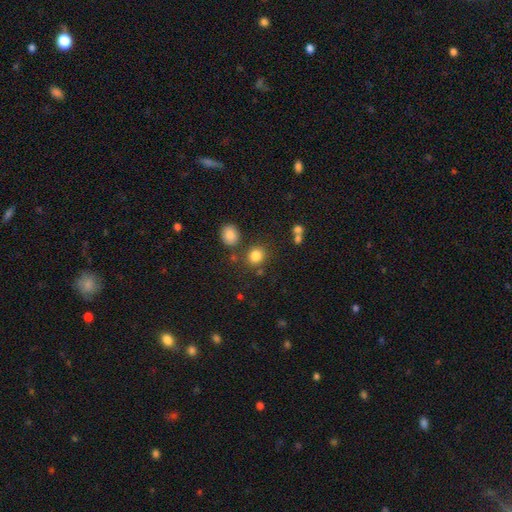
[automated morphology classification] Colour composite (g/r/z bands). It shows a smooth galaxy with no disk features (82%) that is round (77%). Merging: none (77%).